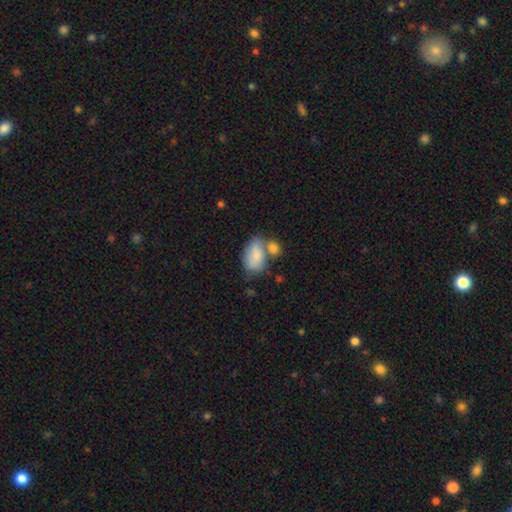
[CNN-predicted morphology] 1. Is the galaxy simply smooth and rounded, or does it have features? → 80% smooth, 13% featured or disk, 7% star or artifact.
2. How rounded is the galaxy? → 89% in between, 9% round, 2% cigar-shaped.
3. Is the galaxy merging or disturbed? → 41% merger, 34% none, 17% minor disturbance, 8% major disturbance.